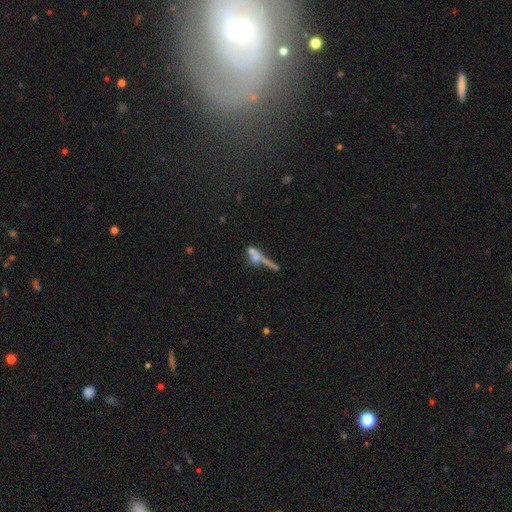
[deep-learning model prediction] The model was most divided on "smooth or featured" (2-way tie): smooth: 42%, featured or disk: 42%, star or artifact: 16%. Remaining: merging — merger (42%).